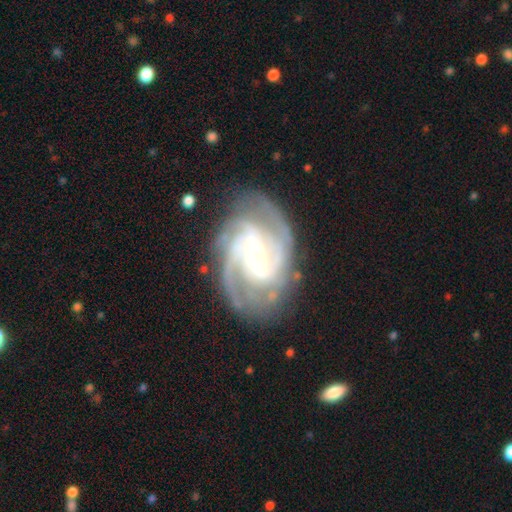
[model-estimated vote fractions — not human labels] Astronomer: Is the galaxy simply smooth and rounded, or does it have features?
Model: featured or disk — 90%.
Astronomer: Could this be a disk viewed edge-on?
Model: no — 97%.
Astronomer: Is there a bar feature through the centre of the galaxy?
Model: strong — 50% (runner-up: weak, 39%).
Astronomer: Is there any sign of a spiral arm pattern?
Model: yes — 97%.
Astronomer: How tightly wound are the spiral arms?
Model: tight — 48% (runner-up: medium, 43%).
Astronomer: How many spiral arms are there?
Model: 3 — 31% (runner-up: 2, 30%).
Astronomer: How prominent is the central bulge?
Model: small — 53% (runner-up: moderate, 38%).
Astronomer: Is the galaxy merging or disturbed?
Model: none — 77%.